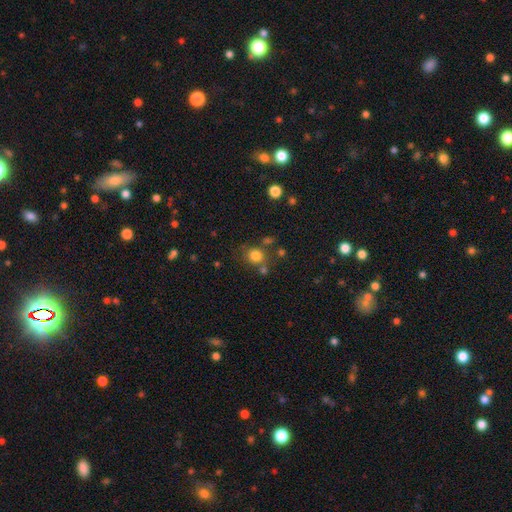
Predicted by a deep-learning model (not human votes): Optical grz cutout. It shows a smooth galaxy with no disk features (79%) that is round (80%). Merging: none (66%).